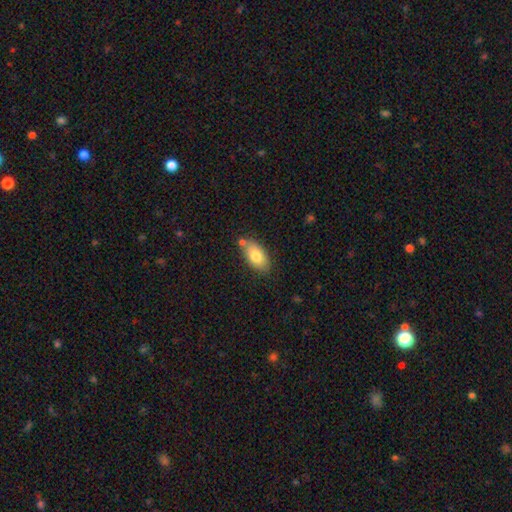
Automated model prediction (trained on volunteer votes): The model was most divided on "merging": none: 70%, minor disturbance: 16%, merger: 11%, major disturbance: 3%. More confident: how rounded — in between (92%); smooth or featured — smooth (78%).